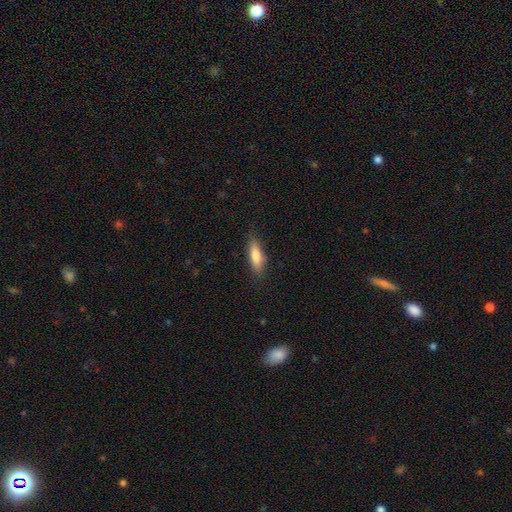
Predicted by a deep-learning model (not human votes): This is likely a smooth galaxy (73%). How rounded: possibly cigar-shaped (56%). Merging: clearly none (81%).